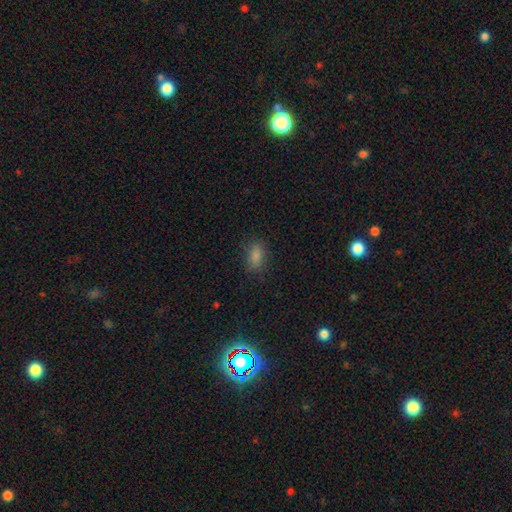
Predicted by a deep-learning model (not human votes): A smooth galaxy with no disk features (75%) that is in between round and cigar-shaped (84%).

Vote fractions:
- Smooth or featured? smooth: 75% / star or artifact: 18% / featured or disk: 6%
- How rounded? in between: 84% / round: 12% / cigar-shaped: 4%
- Merging? none: 81% / minor disturbance: 13% / major disturbance: 4% / merger: 1%